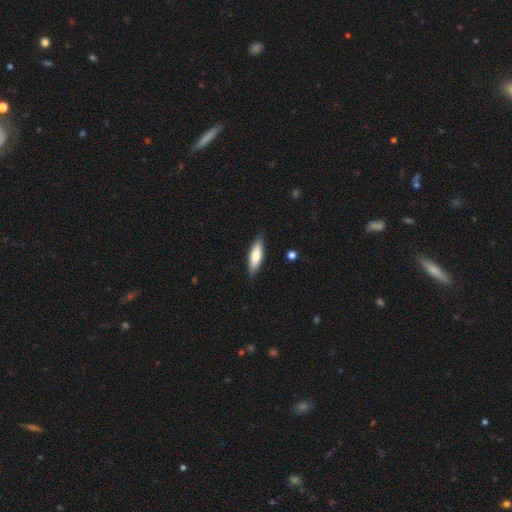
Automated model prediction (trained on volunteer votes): The model was most divided on "how rounded": cigar-shaped: 52%, in between: 47%, round: 2%. More confident: merging — none (86%); smooth or featured — smooth (76%).